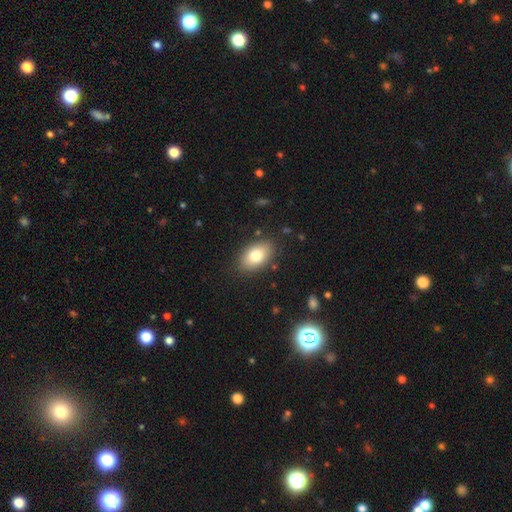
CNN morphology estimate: A smooth galaxy with no disk features (79%) that is in between round and cigar-shaped (90%).

Vote fractions:
- Smooth or featured? smooth: 79% / featured or disk: 13% / star or artifact: 8%
- How rounded? in between: 90% / round: 9% / cigar-shaped: 2%
- Merging? none: 85% / minor disturbance: 11% / major disturbance: 3% / merger: 2%